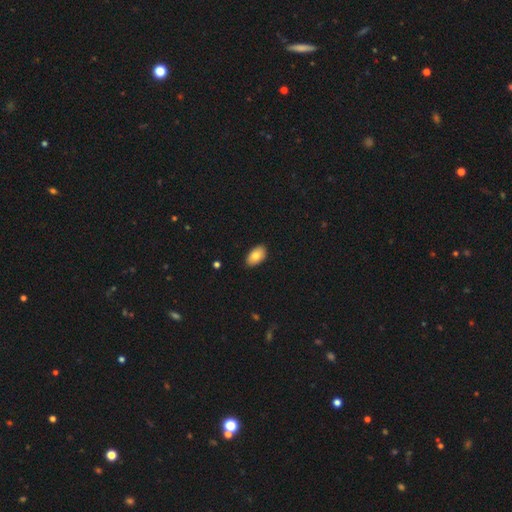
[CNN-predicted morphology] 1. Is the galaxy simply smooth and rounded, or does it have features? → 82% smooth, 11% featured or disk, 7% star or artifact.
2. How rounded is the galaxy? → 94% in between, 5% round, 1% cigar-shaped.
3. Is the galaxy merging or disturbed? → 88% none, 9% minor disturbance, 2% major disturbance, 1% merger.